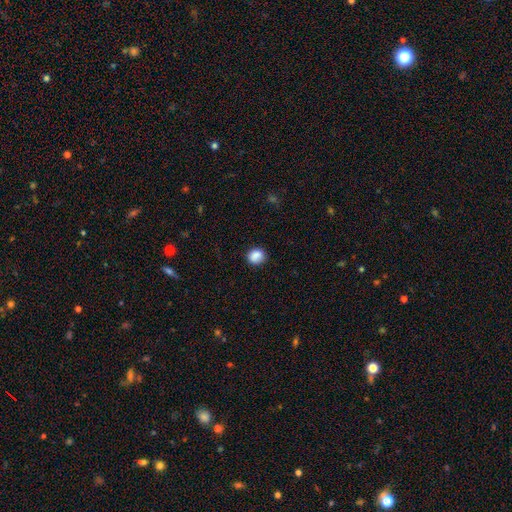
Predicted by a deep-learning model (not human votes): This appears to be a smooth galaxy with no disk features (87%) that is round (73%). Merging: none (83%).